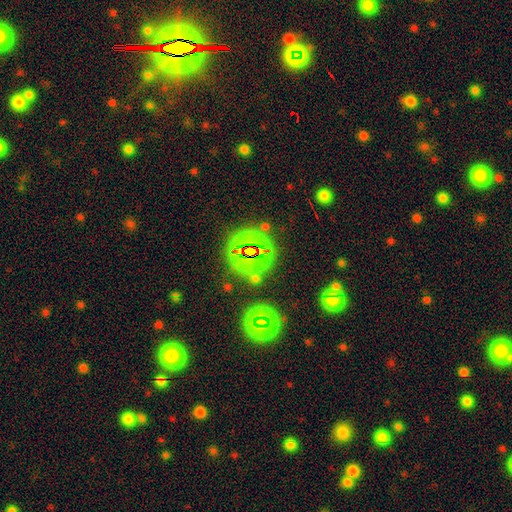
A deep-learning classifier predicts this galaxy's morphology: The model was most divided on "smooth or featured": star or artifact: 71%, smooth: 20%, featured or disk: 9%.